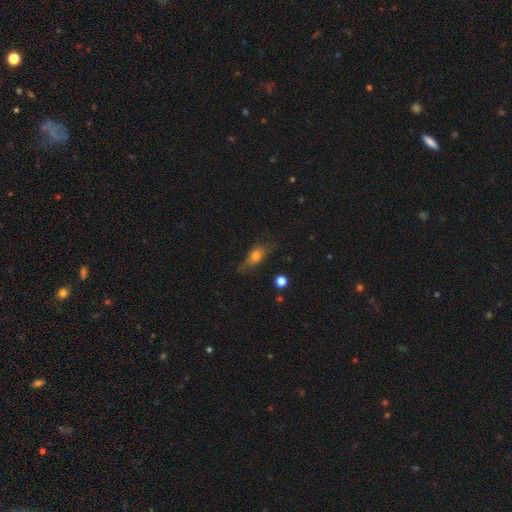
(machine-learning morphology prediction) A smooth galaxy with no disk features (65%) that is in between round and cigar-shaped (64%). Merging: none (64%).